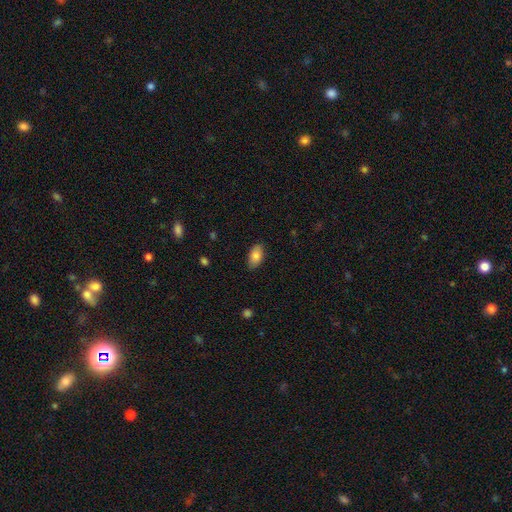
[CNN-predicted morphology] smooth 83%, featured or disk 10%, star or artifact 7%. Down the decision tree: how rounded — in between (93%); merging — none (85%).